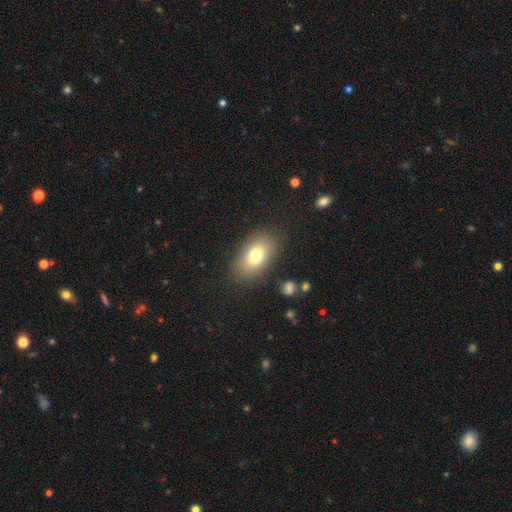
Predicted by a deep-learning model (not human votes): smooth 76%, featured or disk 14%, star or artifact 10%. Down the decision tree: how rounded — in between (88%); merging — none (83%).